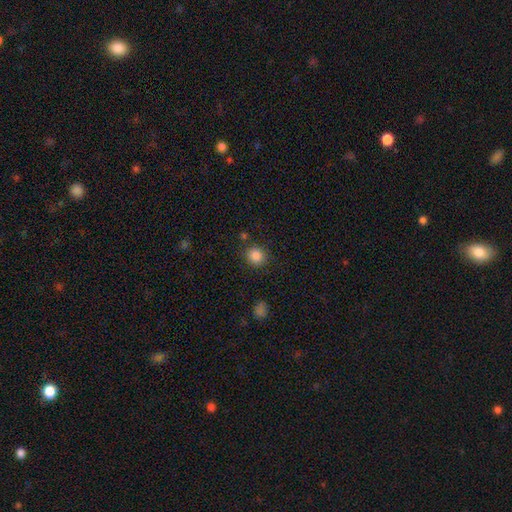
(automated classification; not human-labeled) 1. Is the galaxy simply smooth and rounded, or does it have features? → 86% smooth, 10% star or artifact, 4% featured or disk.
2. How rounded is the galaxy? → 88% round, 11% in between, 1% cigar-shaped.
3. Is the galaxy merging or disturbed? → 85% none, 8% minor disturbance, 4% merger, 3% major disturbance.